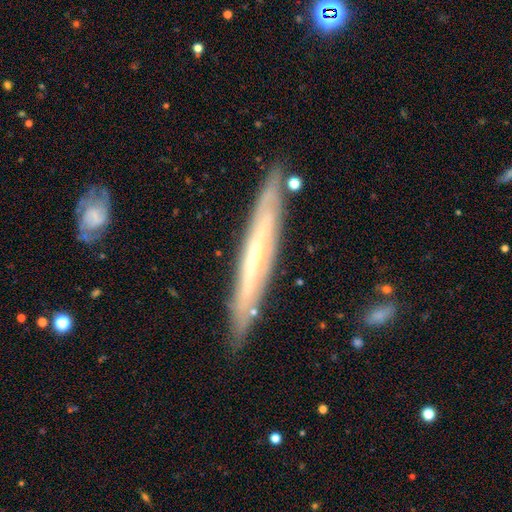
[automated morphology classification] Overall: featured or disk (75%). Edge-on disk: yes (81%). Edge-on bulge: rounded (53%; none 44%). Merging: none (84%).